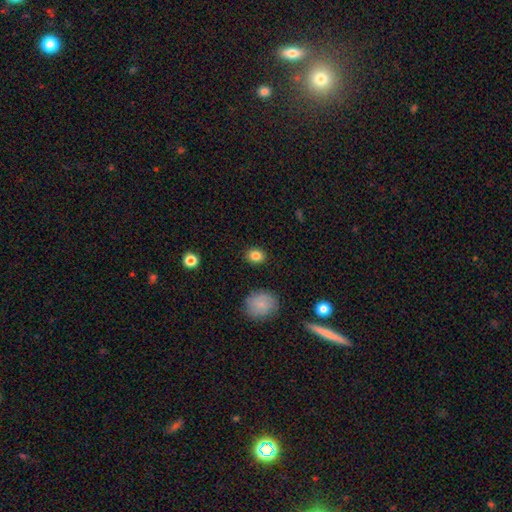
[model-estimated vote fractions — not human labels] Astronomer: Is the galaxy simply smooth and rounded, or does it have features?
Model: smooth — 85%.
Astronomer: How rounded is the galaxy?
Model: round — 54% (runner-up: in between, 45%).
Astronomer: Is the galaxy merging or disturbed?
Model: none — 89%.